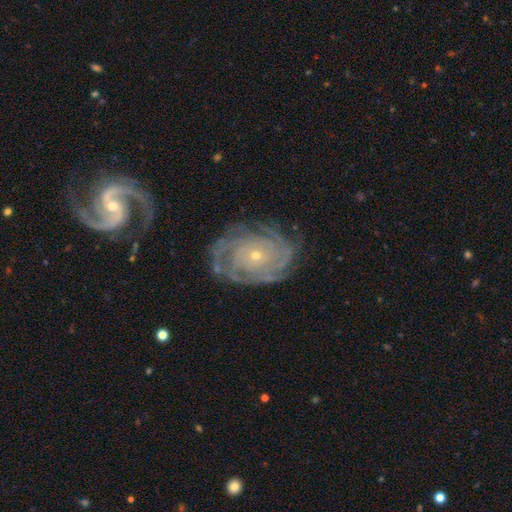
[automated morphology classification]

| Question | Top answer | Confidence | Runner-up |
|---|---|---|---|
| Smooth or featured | featured or disk | 86% | smooth (7%) |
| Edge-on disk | no | 96% | yes (4%) |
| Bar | no | 82% | weak (13%) |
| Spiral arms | yes | 96% | no (4%) |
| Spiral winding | tight | 78% | medium (18%) |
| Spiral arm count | can't tell | 31% | 3 (19%) |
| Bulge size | small | 80% | moderate (17%) |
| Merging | none | 73% | minor disturbance (17%) |